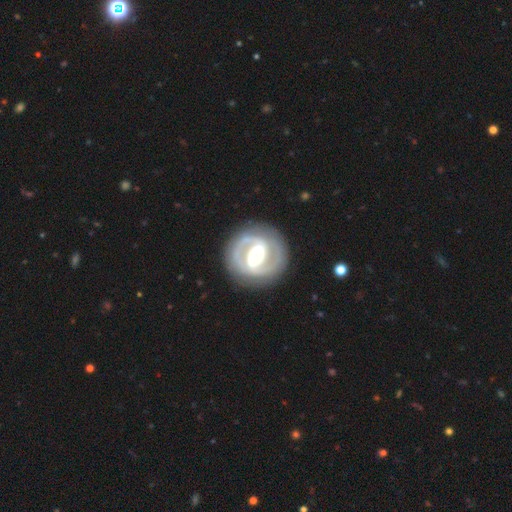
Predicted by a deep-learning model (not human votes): Smooth or featured: featured or disk — 87% (smooth — 9%)
Edge-on disk: no — 98% (yes — 2%)
Bar: strong — 55% (weak — 34%)
Spiral arms: yes — 90% (no — 10%)
Spiral winding: tight — 53% (medium — 38%)
Spiral arm count: 2 — 89% (can't tell — 5%)
Bulge size: moderate — 63% (large — 22%)
Merging: none — 85% (minor disturbance — 9%)